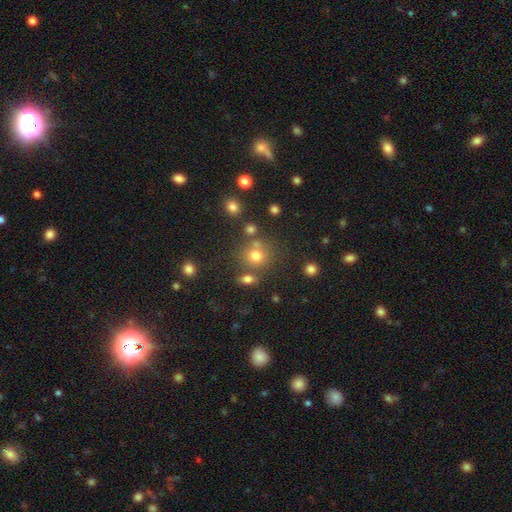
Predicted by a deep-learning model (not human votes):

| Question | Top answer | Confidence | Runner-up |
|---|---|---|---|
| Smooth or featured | smooth | 71% | star or artifact (19%) |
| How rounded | round | 87% | in between (12%) |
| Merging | none | 68% | merger (18%) |